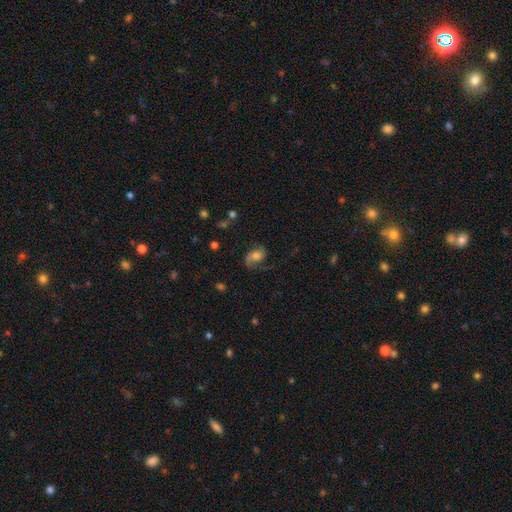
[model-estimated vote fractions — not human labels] smooth_or_featured: featured or disk (p=0.56) [alt: smooth p=0.33]
disk_edge_on: no (p=0.96) [alt: yes p=0.04]
bar: no (p=0.66) [alt: weak p=0.28]
has_spiral_arms: yes (p=0.88) [alt: no p=0.12]
bulge_size: moderate (p=0.38) [alt: large p=0.26]
merging: none (p=0.52) [alt: major disturbance p=0.24]